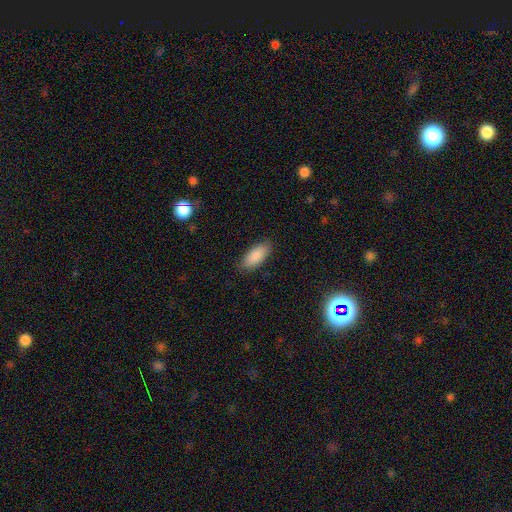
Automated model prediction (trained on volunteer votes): A smooth galaxy with no disk features (88%) that is in between round and cigar-shaped (87%). Merging: none (85%).